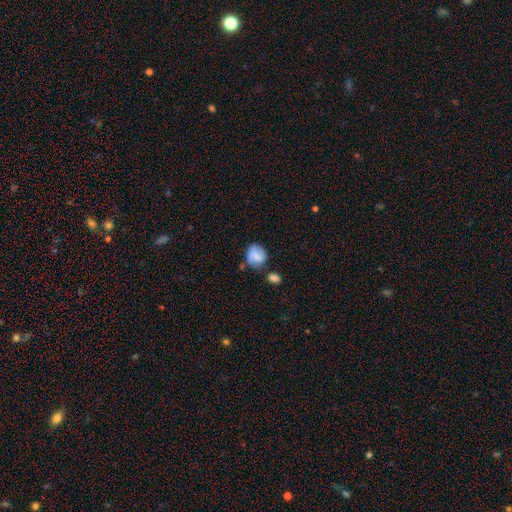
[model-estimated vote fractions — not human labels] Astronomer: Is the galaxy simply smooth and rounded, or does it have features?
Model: smooth — 65%.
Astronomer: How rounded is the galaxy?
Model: round — 64%.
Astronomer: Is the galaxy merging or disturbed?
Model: none — 52%.